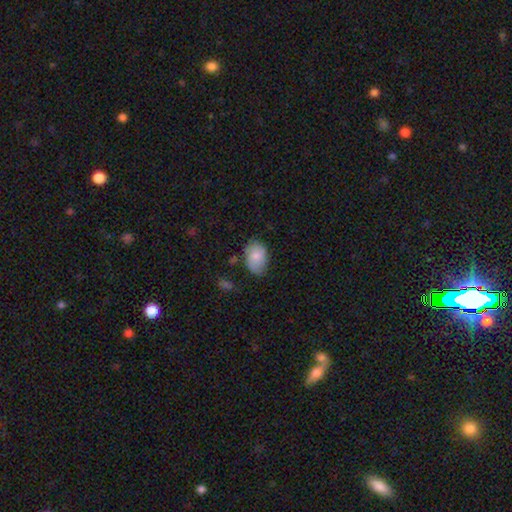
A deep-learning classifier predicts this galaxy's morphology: The model was most divided on "merging": none: 59%, minor disturbance: 32%, major disturbance: 7%, merger: 3%. More confident: how rounded — in between (83%); smooth or featured — smooth (78%).